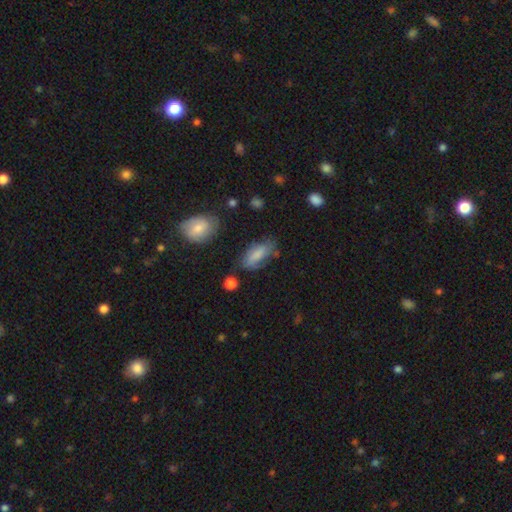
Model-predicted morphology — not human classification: Smooth or featured?
  - smooth: 73% *
  - featured or disk: 19%
  - star or artifact: 9%
How rounded?
  - in between: 78% *
  - cigar-shaped: 19%
  - round: 3%
Merging?
  - none: 61% *
  - minor disturbance: 27%
  - major disturbance: 9%
  - merger: 3%